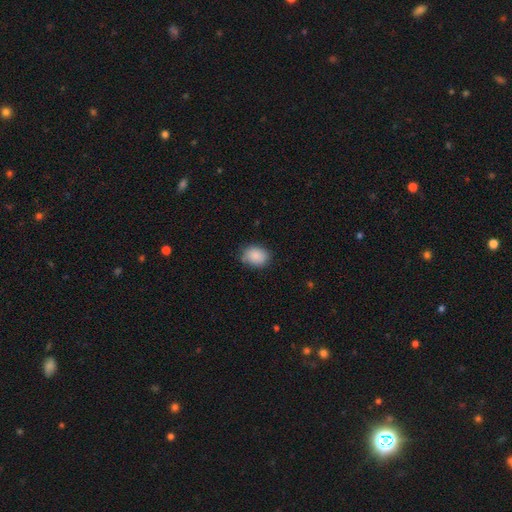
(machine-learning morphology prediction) smooth-or-featured: smooth: 89% | star or artifact: 7% | featured or disk: 4%
  how-rounded: in between: 63% | round: 36% | cigar-shaped: 1%
  merging: none: 78% | minor disturbance: 17% | major disturbance: 3% | merger: 1%